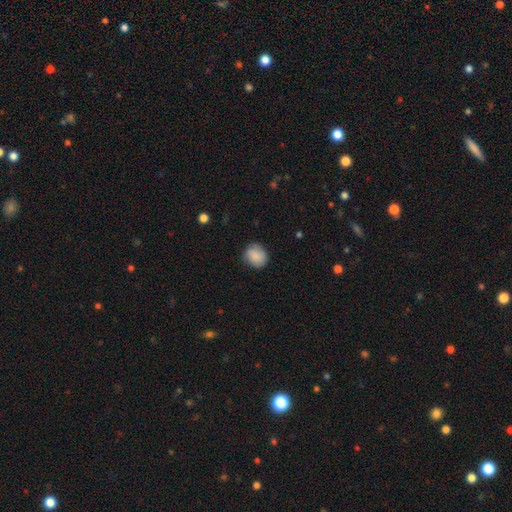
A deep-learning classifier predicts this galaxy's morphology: This is clearly a smooth galaxy (85%). How rounded: likely round (77%). Merging: likely none (79%).